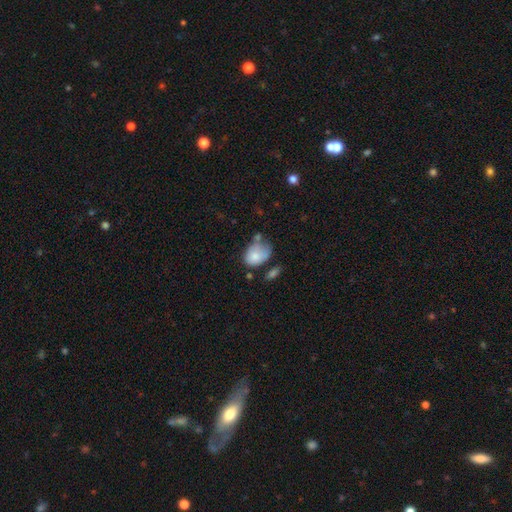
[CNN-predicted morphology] This is likely a smooth galaxy (75%). How rounded: likely in between (68%). Merging: marginally minor disturbance (33%).